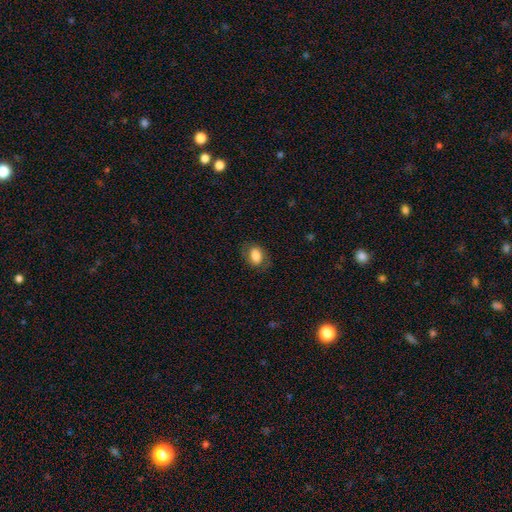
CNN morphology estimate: This is likely a smooth galaxy (72%). How rounded: clearly in between (83%). Merging: likely none (75%).